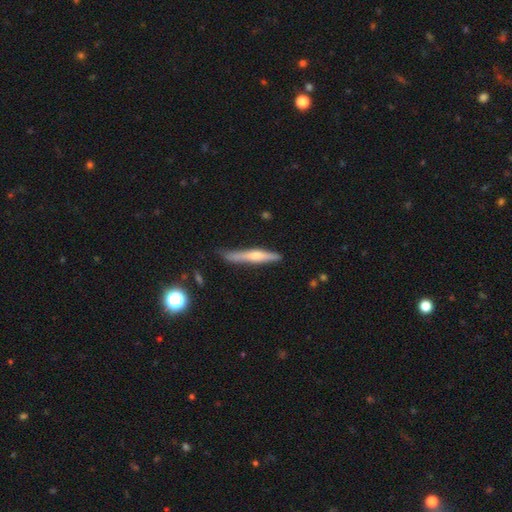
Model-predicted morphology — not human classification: Smooth or featured? Predicted: featured or disk (p=0.53). Edge-on disk? Predicted: yes (p=0.94). Edge-on bulge? Predicted: rounded (p=0.81). Merging? Predicted: none (p=0.73).